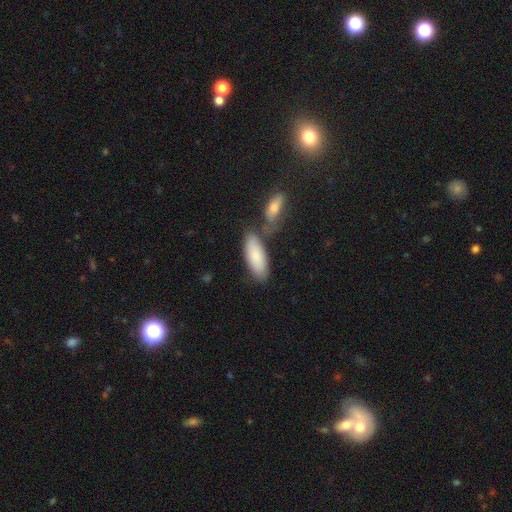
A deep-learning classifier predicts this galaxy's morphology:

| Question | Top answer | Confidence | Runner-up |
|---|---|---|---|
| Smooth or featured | smooth | 84% | featured or disk (11%) |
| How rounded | in between | 76% | cigar-shaped (22%) |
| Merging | none | 59% | merger (23%) |